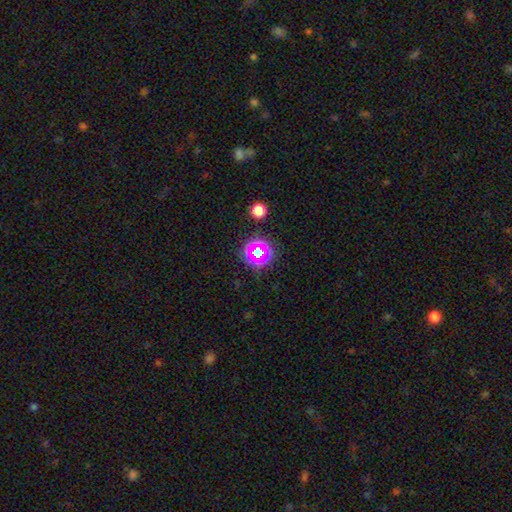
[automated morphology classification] Smooth or featured? Predicted: star or artifact (p=0.51).